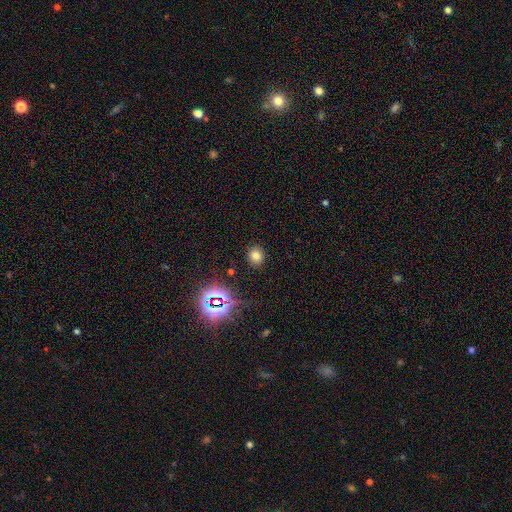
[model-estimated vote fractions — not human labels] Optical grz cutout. It shows a smooth galaxy with no disk features (72%) that is round (68%). Merging: none (88%).